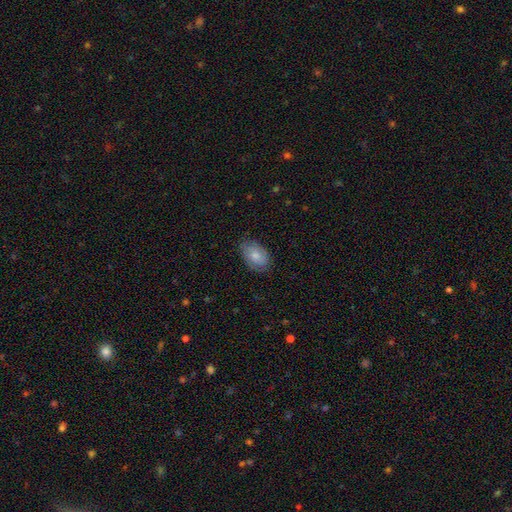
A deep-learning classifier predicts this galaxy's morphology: smooth_or_featured: smooth (p=0.79) [alt: featured or disk p=0.14]
how_rounded: in between (p=0.89) [alt: round p=0.10]
merging: none (p=0.77) [alt: minor disturbance p=0.18]